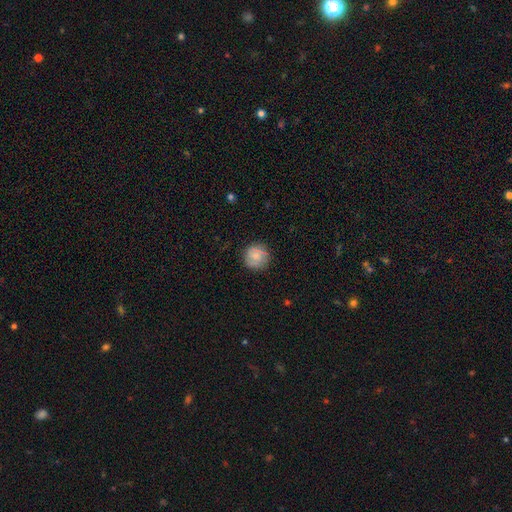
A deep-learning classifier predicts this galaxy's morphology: Smooth or featured? smooth (65%)
How rounded? round (92%)
Merging? none (83%)